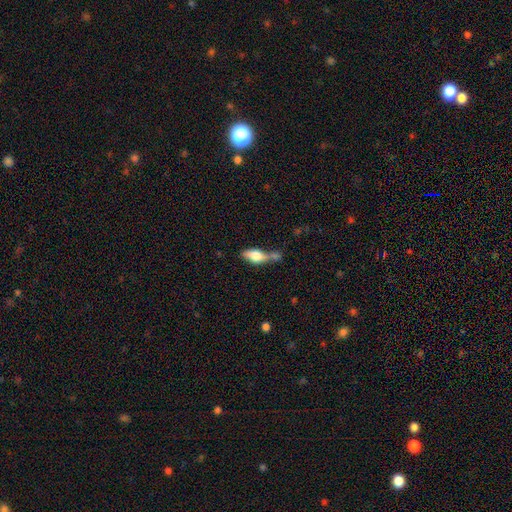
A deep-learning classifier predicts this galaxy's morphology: A smooth galaxy with no disk features (67%) that is in between round and cigar-shaped (76%). Merging: merger (38%).